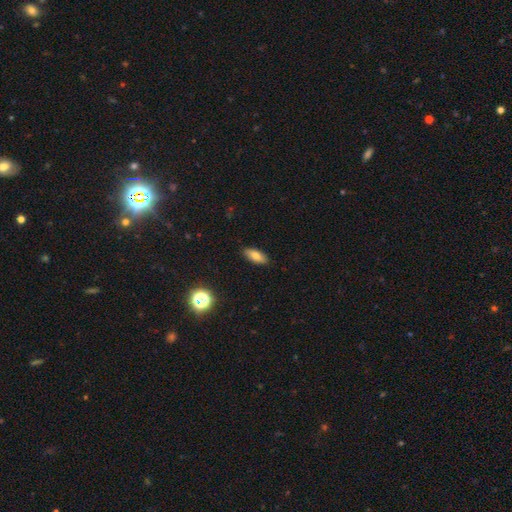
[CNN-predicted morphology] Smooth or featured?
  - smooth: 77% *
  - featured or disk: 14%
  - star or artifact: 9%
How rounded?
  - in between: 81% *
  - cigar-shaped: 16%
  - round: 3%
Merging?
  - none: 88% *
  - minor disturbance: 9%
  - major disturbance: 2%
  - merger: 1%